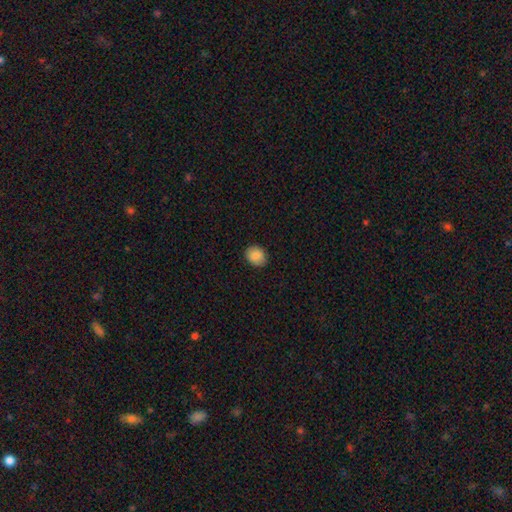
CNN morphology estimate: Q: Smooth or featured?
A: smooth (87%); runner-up: star or artifact (8%)
Q: How rounded?
A: round (61%); runner-up: in between (38%)
Q: Merging?
A: none (89%); runner-up: minor disturbance (8%)